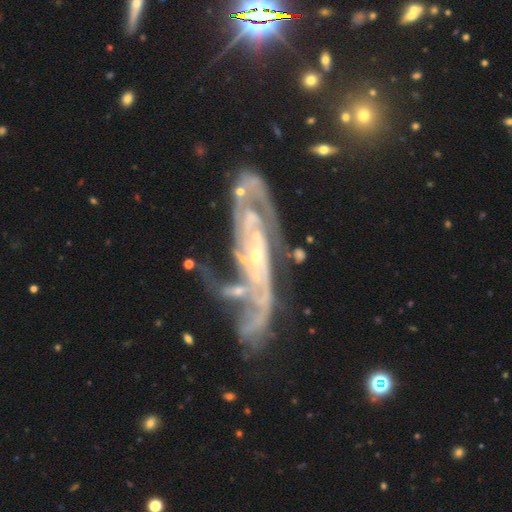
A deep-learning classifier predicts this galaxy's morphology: featured or disk 90%, star or artifact 6%, smooth 4%. Down the decision tree: edge-on disk — no (88%); bar — no (55%); spiral arms — yes (96%); spiral arm count — 2 (49%); spiral winding — tight (44%); bulge size — small (81%); merging — none (50%).